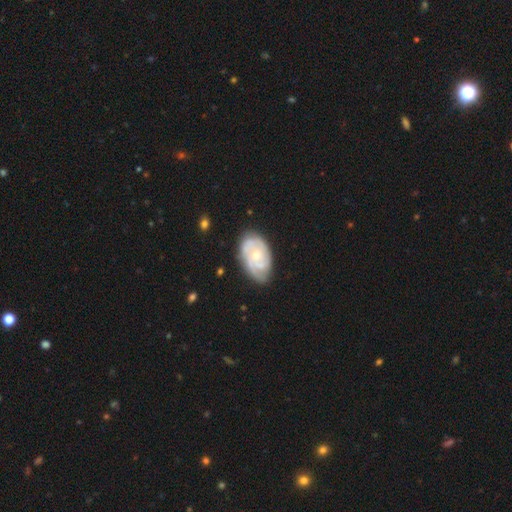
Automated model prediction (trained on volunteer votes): This appears to be a featured or disk galaxy (74%) with no bar (78%), tight (63%) spiral arms (87%) and a small central bulge (52%). Merging: none (70%).